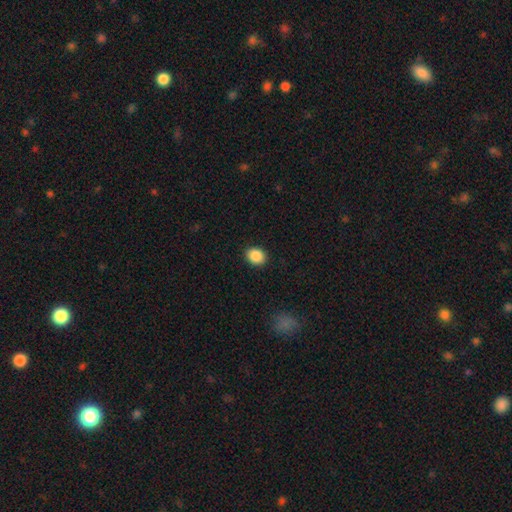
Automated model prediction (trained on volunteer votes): Morphology: type=smooth (88%); roundness=round (51%); merging=none (90%).